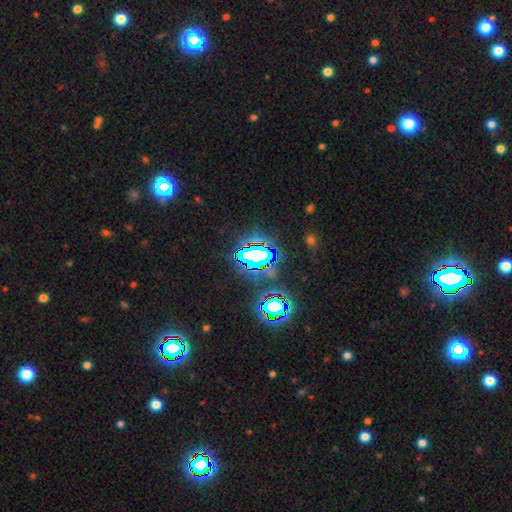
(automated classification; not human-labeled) A star or artifact, not a galaxy (69%).